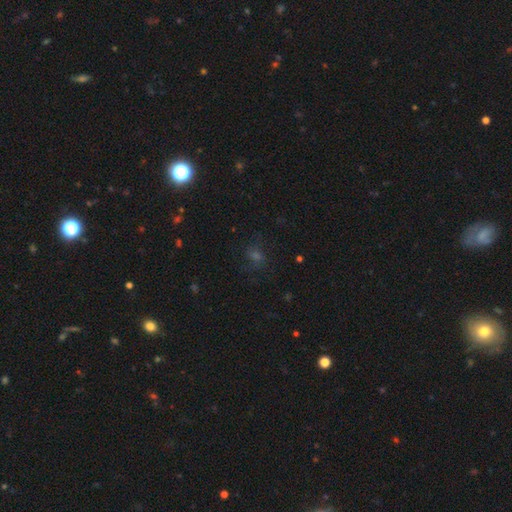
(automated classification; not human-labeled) star or artifact 45%, smooth 39%, featured or disk 16%.